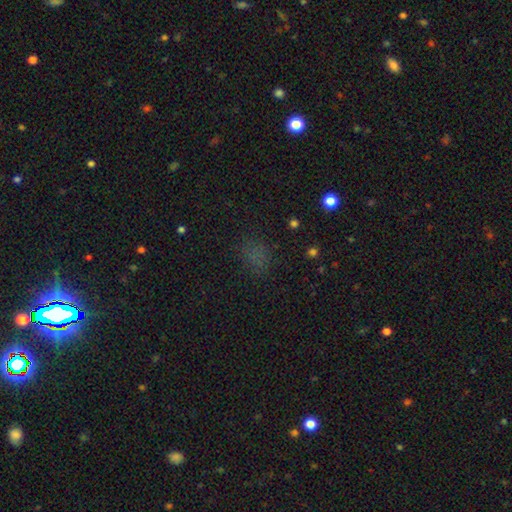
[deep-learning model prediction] Q: Smooth or featured?
A: smooth (59%); runner-up: star or artifact (32%)
Q: How rounded?
A: in between (55%); runner-up: round (43%)
Q: Merging?
A: none (73%); runner-up: minor disturbance (16%)